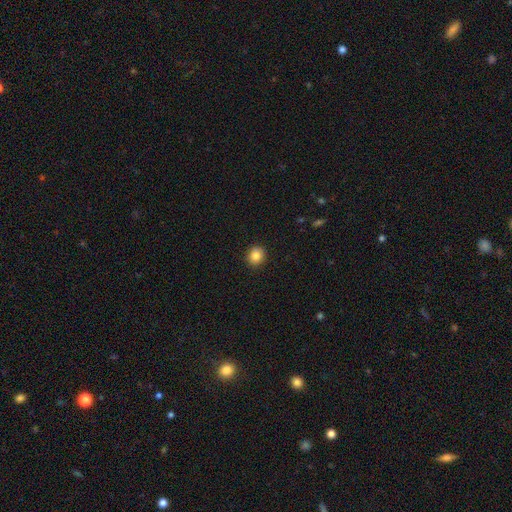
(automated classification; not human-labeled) The model was most divided on "how rounded": round: 81%, in between: 19%, cigar-shaped: 1%. More confident: merging — none (92%); smooth or featured — smooth (84%).